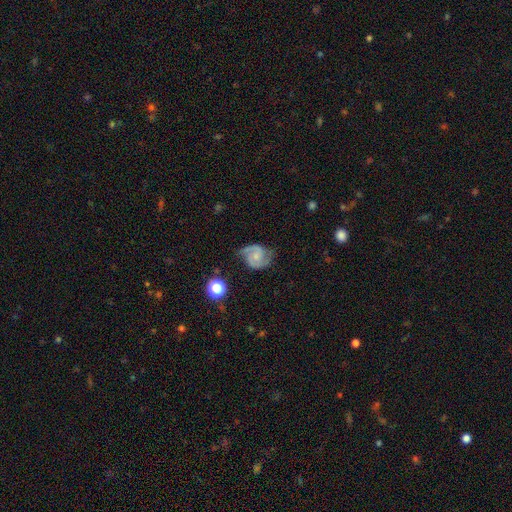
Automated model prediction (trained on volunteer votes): Smooth or featured? Predicted: featured or disk (p=0.85). Edge-on disk? Predicted: no (p=0.98). Bar? Predicted: no (p=0.61). Spiral arms? Predicted: yes (p=0.97). Spiral winding? Predicted: medium (p=0.55). Spiral arm count? Predicted: 2 (p=0.91). Bulge size? Predicted: small (p=0.58). Merging? Predicted: none (p=0.72).